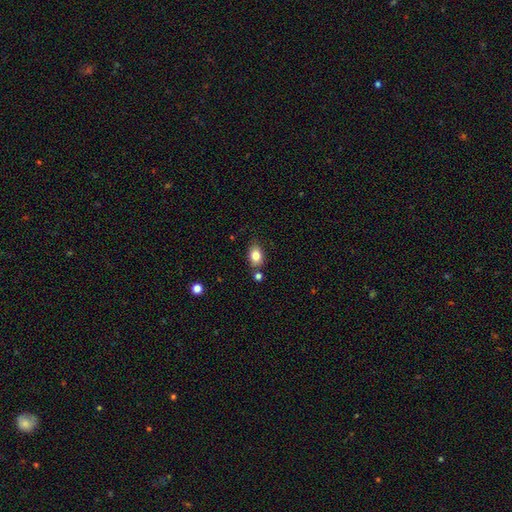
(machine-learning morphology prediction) smooth_or_featured: smooth (p=0.81) [alt: featured or disk p=0.09]
how_rounded: in between (p=0.75) [alt: round p=0.24]
merging: none (p=0.73) [alt: minor disturbance p=0.15]